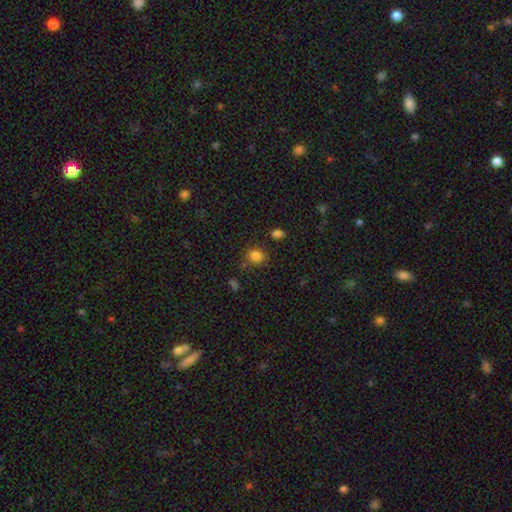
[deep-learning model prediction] The model was most divided on "how rounded": round: 67%, in between: 32%, cigar-shaped: 1%. More confident: smooth or featured — smooth (82%); merging — none (77%).